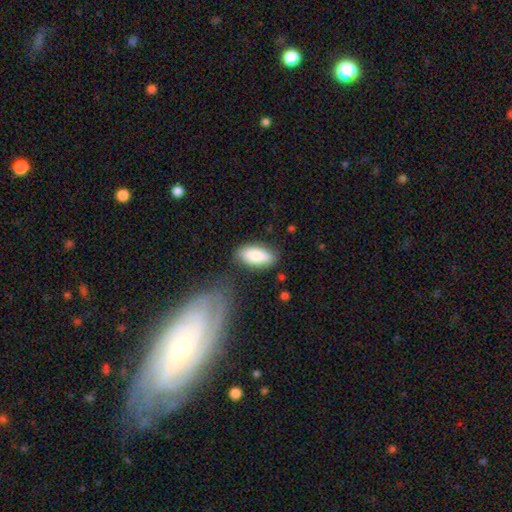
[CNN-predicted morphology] Smooth or featured?
  - smooth: 84% *
  - featured or disk: 10%
  - star or artifact: 6%
How rounded?
  - in between: 90% *
  - cigar-shaped: 7%
  - round: 2%
Merging?
  - none: 78% *
  - minor disturbance: 14%
  - merger: 4%
  - major disturbance: 4%